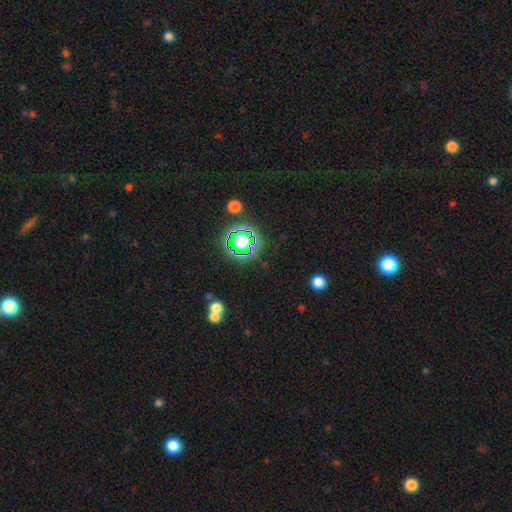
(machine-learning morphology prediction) star or artifact 78%, smooth 15%, featured or disk 8%.